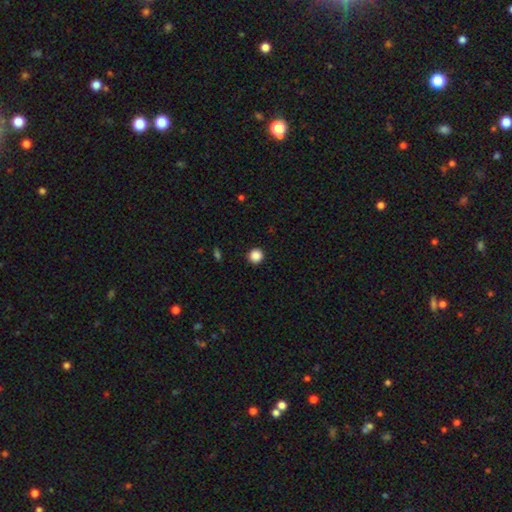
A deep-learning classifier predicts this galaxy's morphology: This is clearly a smooth galaxy (88%). How rounded: clearly round (95%). Merging: clearly none (92%).